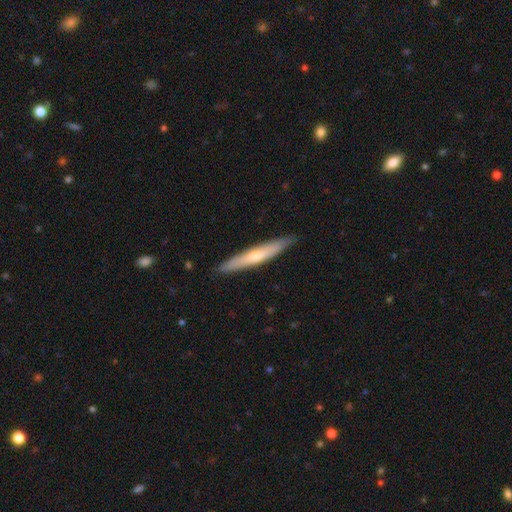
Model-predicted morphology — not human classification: smooth 50%, featured or disk 45%, star or artifact 5%. Down the decision tree: merging — none (89%).